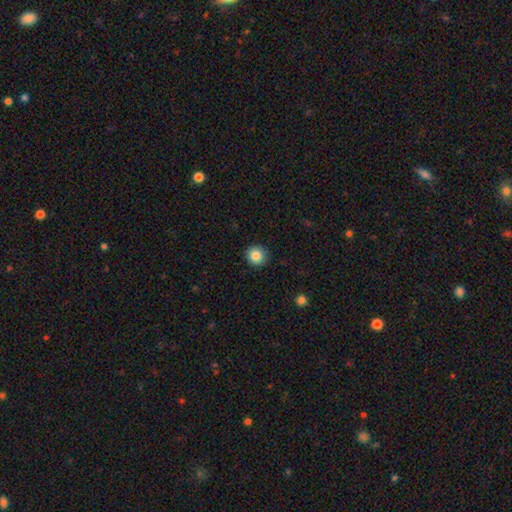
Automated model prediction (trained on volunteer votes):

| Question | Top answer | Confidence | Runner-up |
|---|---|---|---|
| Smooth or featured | smooth | 85% | star or artifact (10%) |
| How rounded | round | 93% | in between (6%) |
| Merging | none | 91% | minor disturbance (6%) |